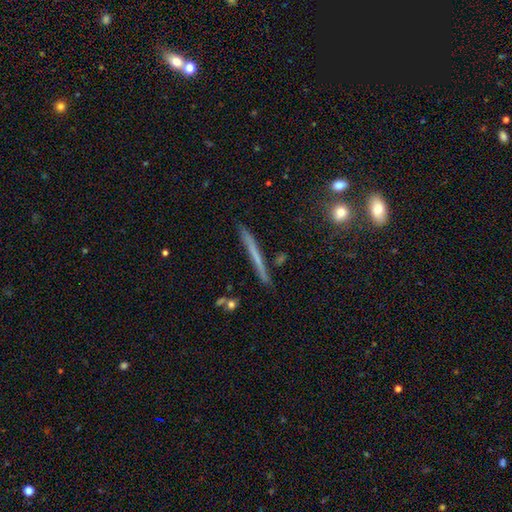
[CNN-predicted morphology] Smooth or featured? featured or disk (48%)
Merging? none (87%)